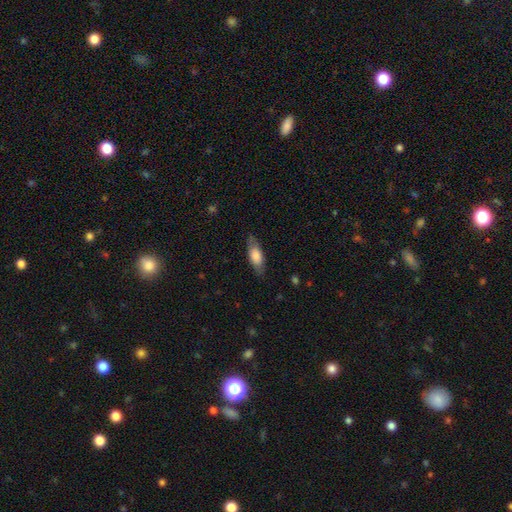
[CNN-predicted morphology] This is likely a smooth galaxy (70%). How rounded: likely in between (76%). Merging: likely none (77%).